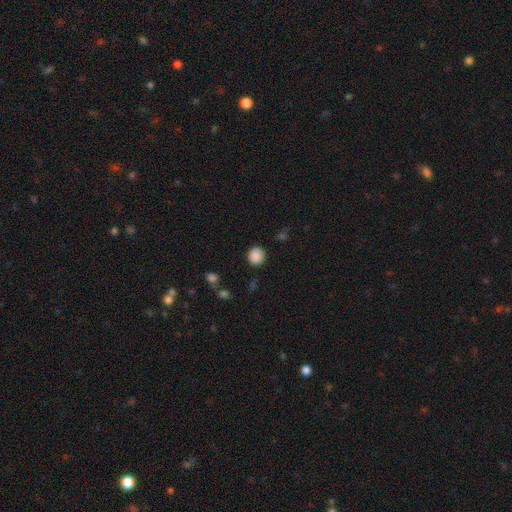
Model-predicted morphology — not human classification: This is clearly a smooth galaxy (87%). How rounded: clearly round (83%). Merging: clearly none (88%).